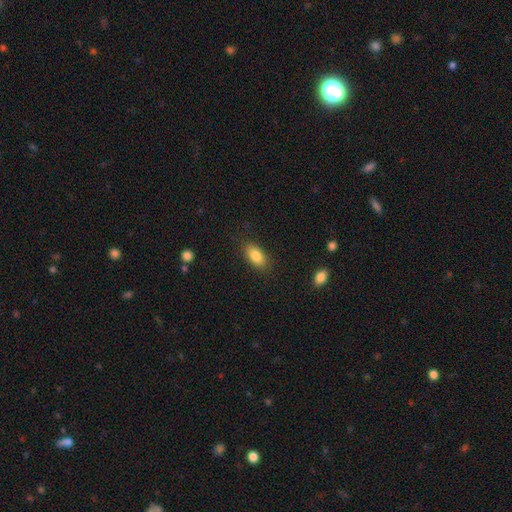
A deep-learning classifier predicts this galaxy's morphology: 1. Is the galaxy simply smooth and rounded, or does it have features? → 84% smooth, 8% featured or disk, 8% star or artifact.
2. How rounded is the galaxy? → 89% in between, 6% cigar-shaped, 5% round.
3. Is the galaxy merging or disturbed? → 85% none, 11% minor disturbance, 3% major disturbance, 1% merger.